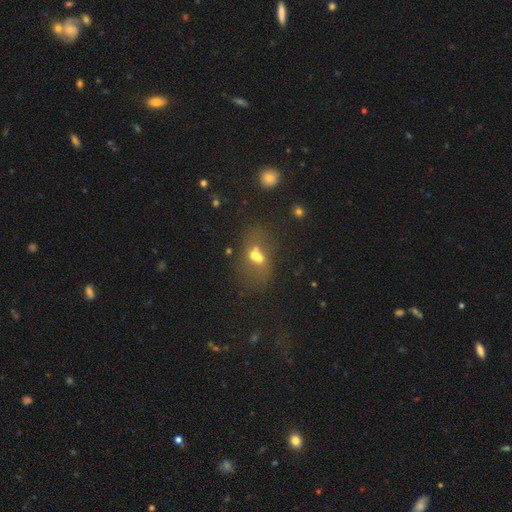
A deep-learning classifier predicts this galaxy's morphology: The model was most divided on "smooth or featured": smooth: 49%, featured or disk: 33%, star or artifact: 18%. More confident: merging — merger (57%).